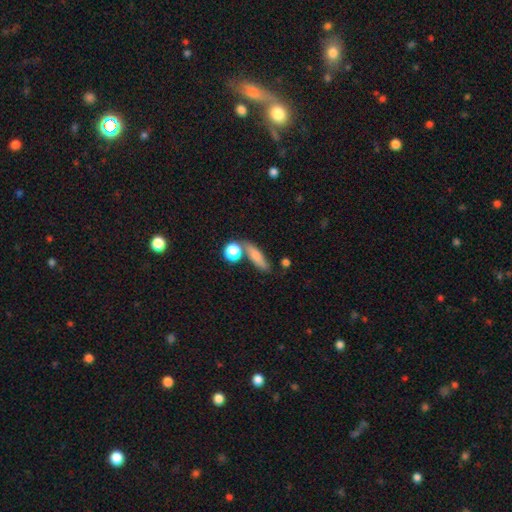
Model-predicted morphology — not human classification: A smooth galaxy with no disk features (72%) that is cigar-shaped (57%). Merging: none (67%).